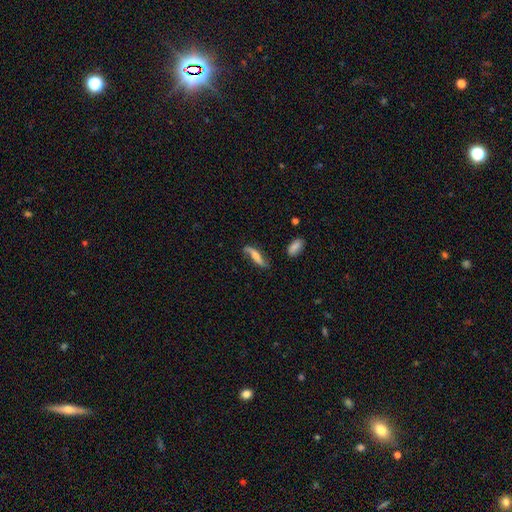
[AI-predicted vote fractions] The model was most divided on "smooth or featured": featured or disk: 63%, smooth: 30%, star or artifact: 7%. More confident: edge-on disk — no (68%); merging — none (67%).